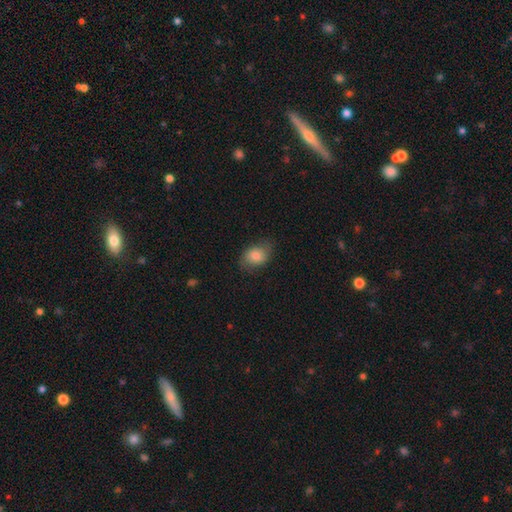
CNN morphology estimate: This appears to be a smooth galaxy with no disk features (79%) that is in between round and cigar-shaped (74%). Merging: none (71%).